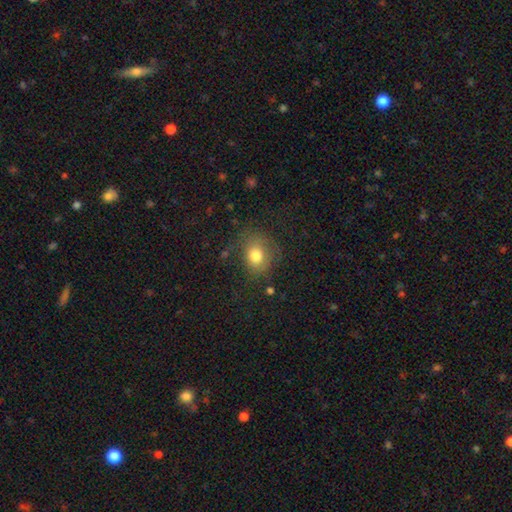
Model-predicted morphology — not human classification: Q: Smooth or featured?
A: smooth (77%); runner-up: star or artifact (12%)
Q: How rounded?
A: round (58%); runner-up: in between (41%)
Q: Merging?
A: none (70%); runner-up: minor disturbance (19%)